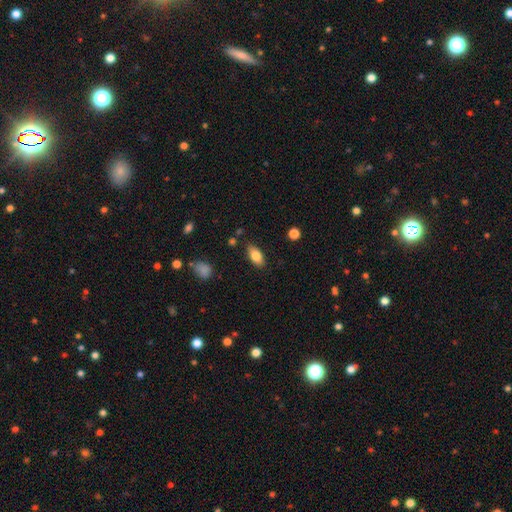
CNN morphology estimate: smooth 78%, featured or disk 14%, star or artifact 7%. Down the decision tree: how rounded — in between (87%); merging — none (83%).